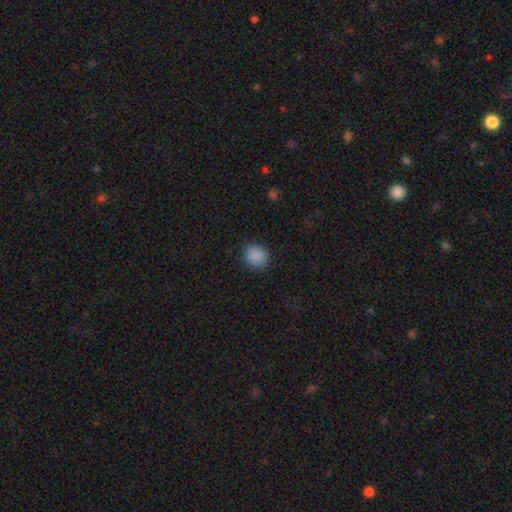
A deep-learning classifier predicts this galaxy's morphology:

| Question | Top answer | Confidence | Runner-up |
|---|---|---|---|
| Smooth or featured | smooth | 88% | star or artifact (9%) |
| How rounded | round | 77% | in between (22%) |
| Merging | none | 88% | minor disturbance (9%) |